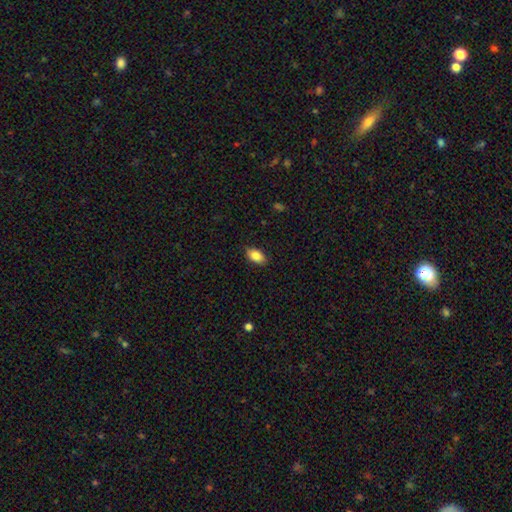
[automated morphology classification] Q: Smooth or featured?
A: smooth (84%); runner-up: featured or disk (8%)
Q: How rounded?
A: in between (91%); runner-up: round (7%)
Q: Merging?
A: none (87%); runner-up: minor disturbance (10%)